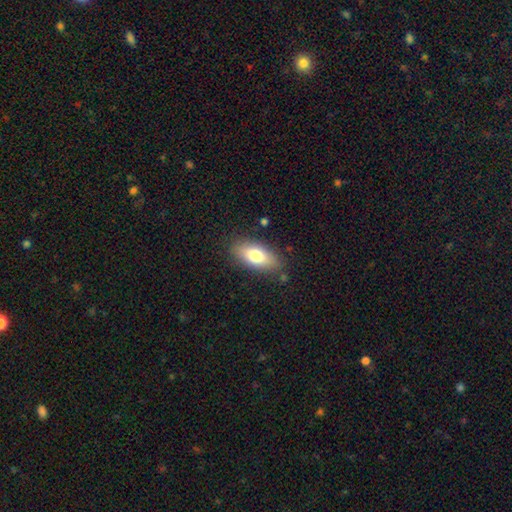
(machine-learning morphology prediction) Smooth or featured? Predicted: smooth (p=0.75). How rounded? Predicted: in between (p=0.85). Merging? Predicted: none (p=0.83).